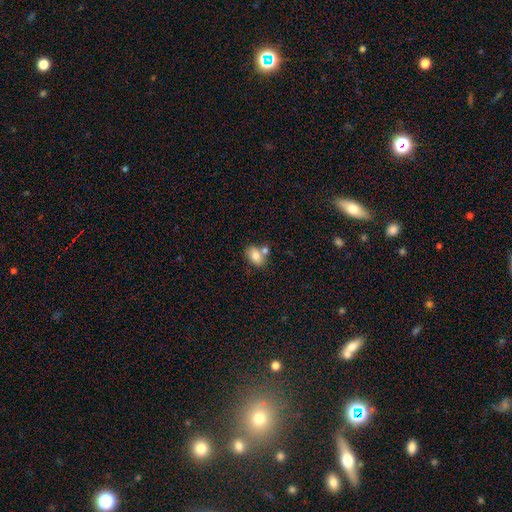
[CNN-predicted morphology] Smooth or featured? Predicted: smooth (p=0.79). How rounded? Predicted: in between (p=0.83). Merging? Predicted: none (p=0.54).